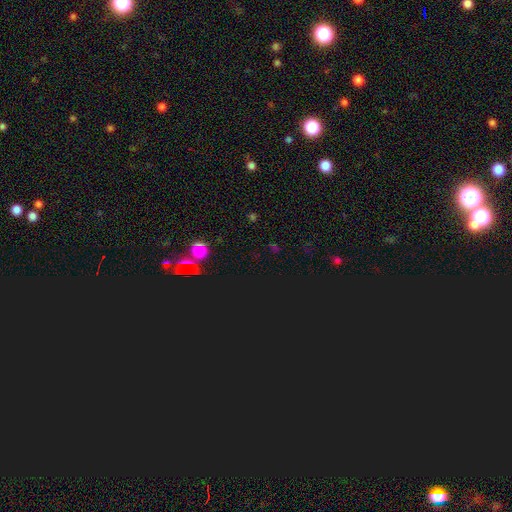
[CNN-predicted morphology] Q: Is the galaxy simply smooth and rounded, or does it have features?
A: star or artifact — 65%.